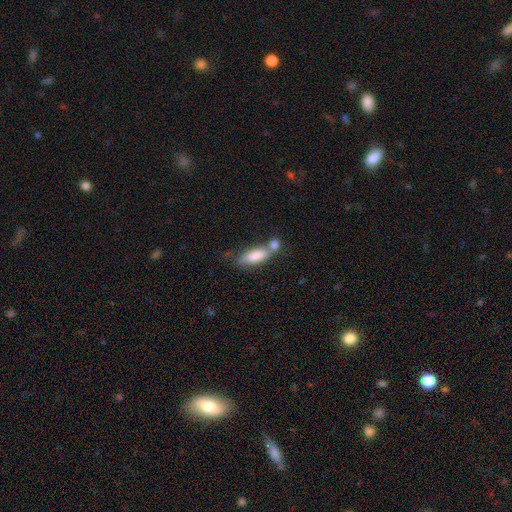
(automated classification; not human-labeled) A smooth galaxy with no disk features (79%) that is in between round and cigar-shaped (67%).

Vote fractions:
- Smooth or featured? smooth: 79% / featured or disk: 15% / star or artifact: 7%
- How rounded? in between: 67% / cigar-shaped: 30% / round: 3%
- Merging? merger: 48% / none: 32% / minor disturbance: 13% / major disturbance: 6%